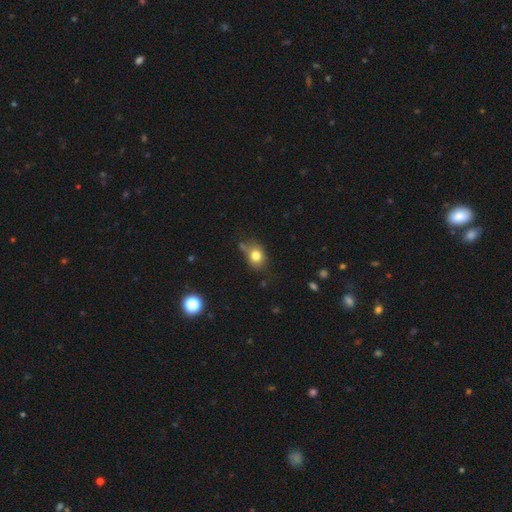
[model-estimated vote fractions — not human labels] smooth_or_featured: smooth (p=0.78) [alt: star or artifact p=0.11]
how_rounded: in between (p=0.50) [alt: round p=0.49]
merging: none (p=0.61) [alt: minor disturbance p=0.25]